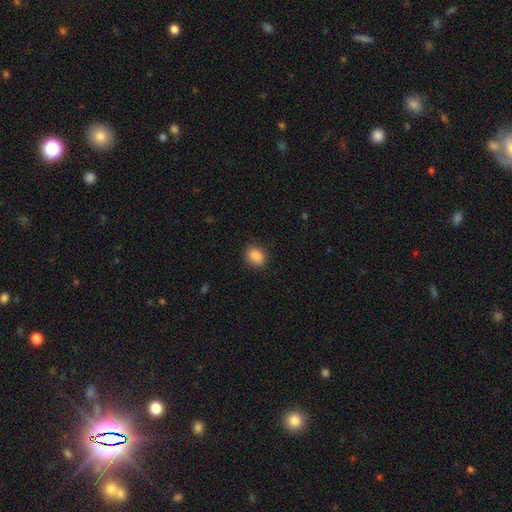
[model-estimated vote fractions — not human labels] smooth 88%, star or artifact 9%, featured or disk 4%. Down the decision tree: how rounded — in between (54%); merging — none (88%).